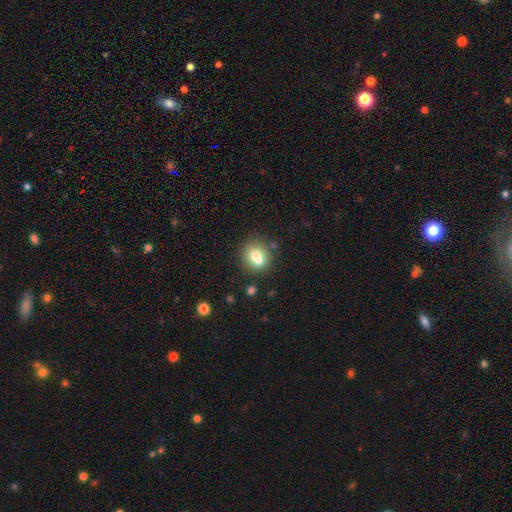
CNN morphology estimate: A smooth galaxy with no disk features (72%) that is round (64%).

Vote fractions:
- Smooth or featured? smooth: 72% / featured or disk: 17% / star or artifact: 11%
- How rounded? round: 64% / in between: 34% / cigar-shaped: 1%
- Merging? none: 54% / merger: 28% / minor disturbance: 13% / major disturbance: 5%